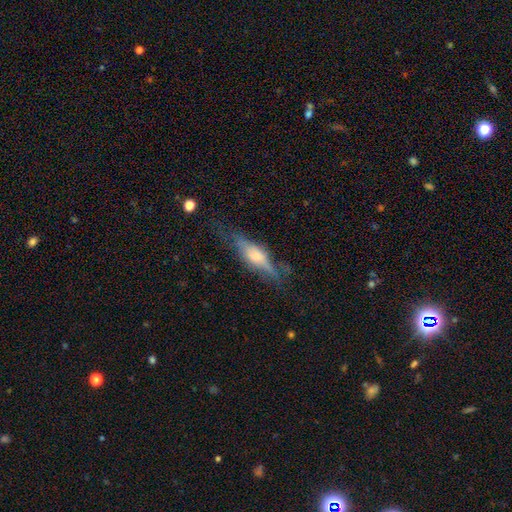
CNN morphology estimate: featured or disk 60%, smooth 32%, star or artifact 8%. Down the decision tree: edge-on disk — yes (90%); edge-on bulge — rounded (75%); merging — none (66%).